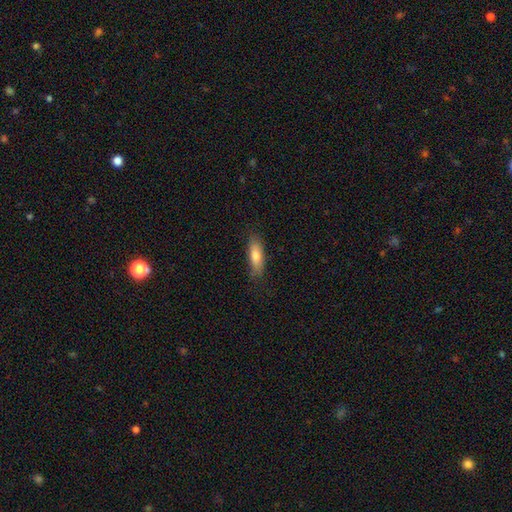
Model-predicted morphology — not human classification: This appears to be a smooth galaxy with no disk features (75%) that is in between round and cigar-shaped (54%). Merging: none (77%).